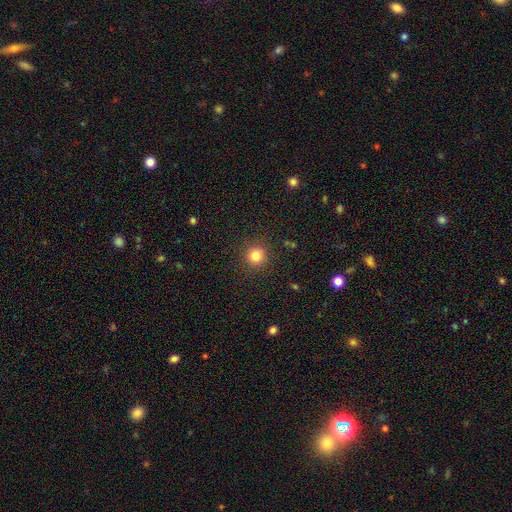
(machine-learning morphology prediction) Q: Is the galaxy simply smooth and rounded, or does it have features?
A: smooth — 82%.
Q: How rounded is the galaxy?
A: round — 94%.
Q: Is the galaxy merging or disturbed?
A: none — 90%.